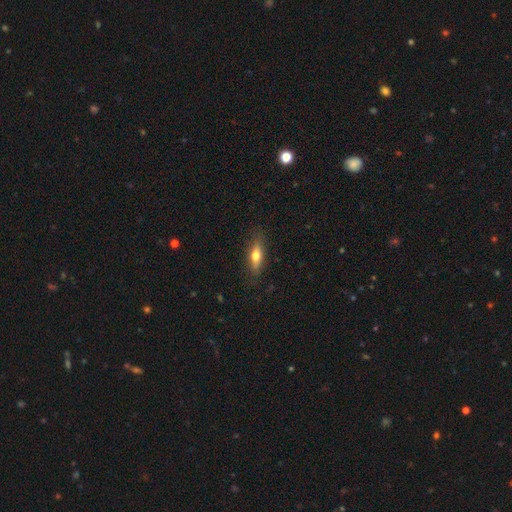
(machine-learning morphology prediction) This is likely a smooth galaxy (65%). How rounded: possibly in between (54%). Merging: clearly none (82%).